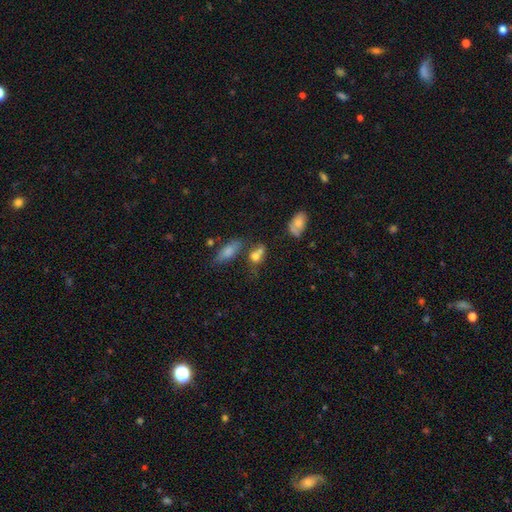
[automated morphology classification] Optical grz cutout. It shows a smooth galaxy with no disk features (73%) that is in between round and cigar-shaped (50%). Merging: none (43%).